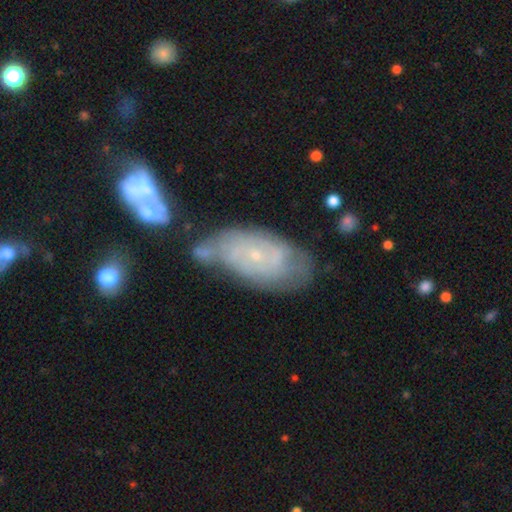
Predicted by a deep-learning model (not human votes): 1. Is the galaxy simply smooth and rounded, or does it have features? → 68% featured or disk, 23% smooth, 8% star or artifact.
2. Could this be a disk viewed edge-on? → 94% no, 6% yes.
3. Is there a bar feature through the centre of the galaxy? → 79% no, 17% weak, 3% strong.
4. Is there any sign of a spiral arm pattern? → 75% yes, 25% no.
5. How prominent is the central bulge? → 82% small, 13% moderate, 3% none, 1% large, 1% dominant.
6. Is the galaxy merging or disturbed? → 41% none, 24% minor disturbance, 23% merger, 12% major disturbance.